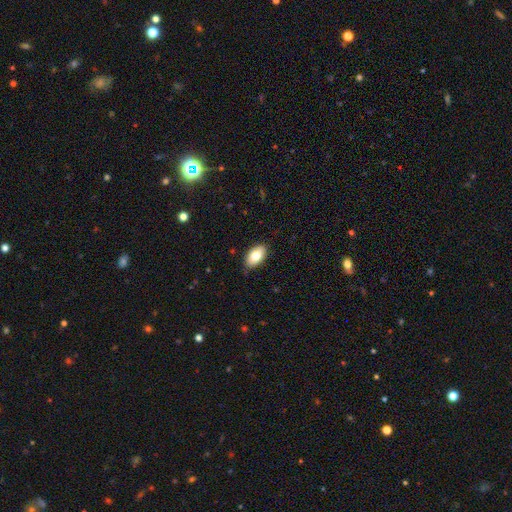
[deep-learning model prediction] Overall: smooth (80%). How rounded: in between (93%). Merging: none (84%).